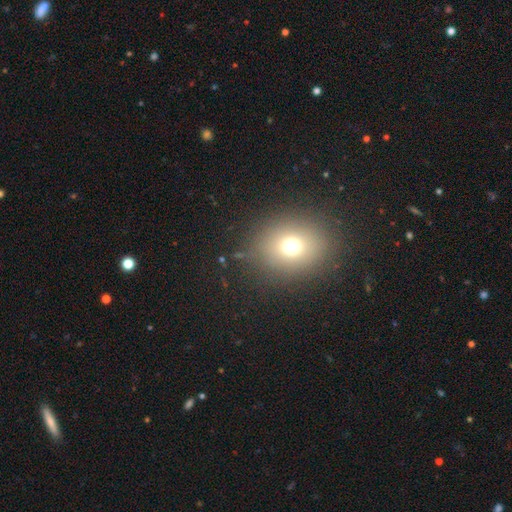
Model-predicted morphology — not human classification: A smooth galaxy with no disk features (69%) that is round (65%). Merging: none (88%).